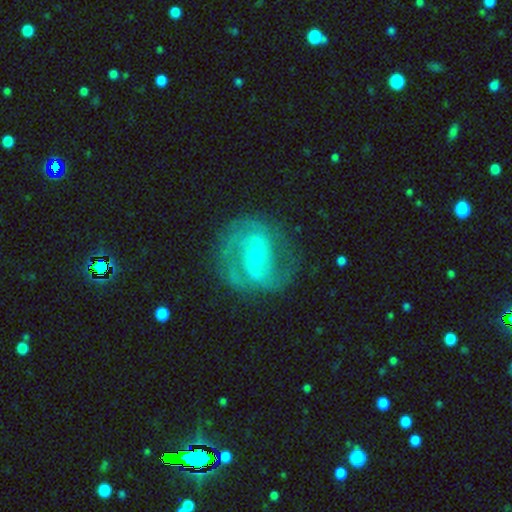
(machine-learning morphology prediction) smooth-or-featured: featured or disk: 83% | smooth: 11% | star or artifact: 6%
  disk-edge-on: no: 97% | yes: 3%
    bar: weak: 44% | no: 29% | strong: 27%
    has-spiral-arms: yes: 91% | no: 9%
      spiral-winding: medium: 47% | tight: 37% | loose: 15%
      spiral-arm-count: 2: 66% | can't tell: 14% | 3: 11% | 1: 4% | 4: 3% | more than 4: 2%
    bulge-size: small: 56% | moderate: 41% | large: 2% | none: 1% | dominant: 1%
  merging: none: 70% | minor disturbance: 18% | major disturbance: 11% | merger: 2%